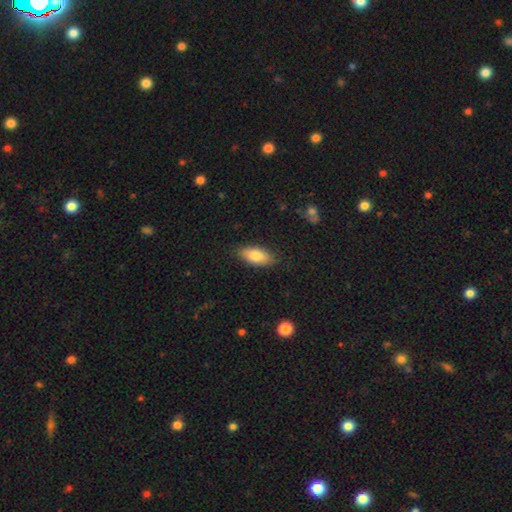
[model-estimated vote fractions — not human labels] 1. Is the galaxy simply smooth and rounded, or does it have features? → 79% smooth, 14% featured or disk, 6% star or artifact.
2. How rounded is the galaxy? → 85% in between, 13% cigar-shaped, 3% round.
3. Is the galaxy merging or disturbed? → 84% none, 13% minor disturbance, 3% major disturbance, 1% merger.